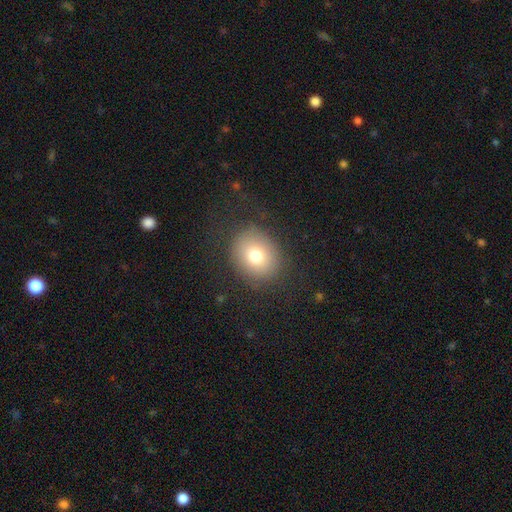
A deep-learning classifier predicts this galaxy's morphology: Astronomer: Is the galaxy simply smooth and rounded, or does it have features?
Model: smooth — 75%.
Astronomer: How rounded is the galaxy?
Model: round — 64%.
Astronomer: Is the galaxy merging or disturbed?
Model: none — 82%.